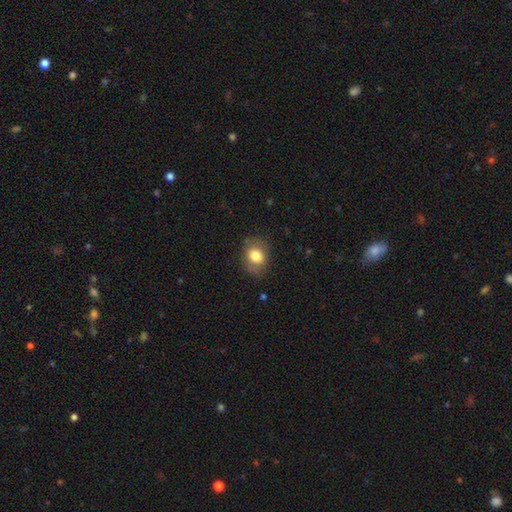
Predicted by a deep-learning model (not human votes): Q: Smooth or featured?
A: smooth (79%); runner-up: featured or disk (12%)
Q: How rounded?
A: in between (54%); runner-up: round (45%)
Q: Merging?
A: none (77%); runner-up: minor disturbance (16%)